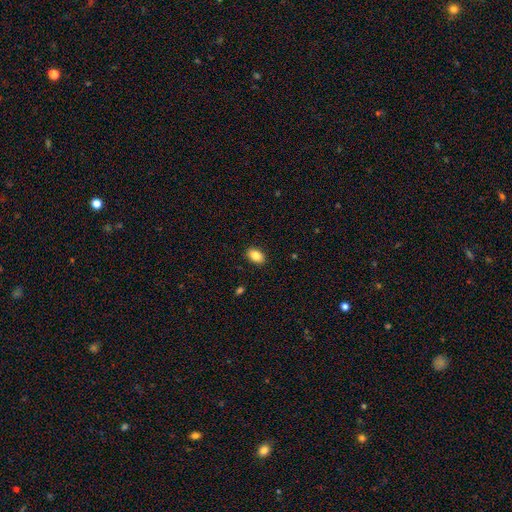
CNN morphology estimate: This appears to be a smooth galaxy with no disk features (87%) that is in between round and cigar-shaped (88%). Merging: none (90%).